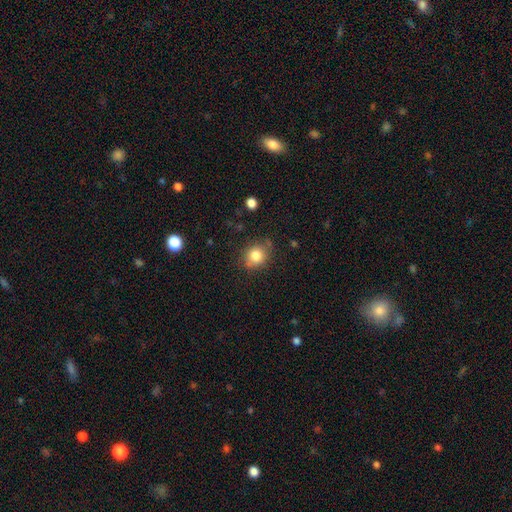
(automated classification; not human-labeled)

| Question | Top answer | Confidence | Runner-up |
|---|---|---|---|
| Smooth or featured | smooth | 82% | star or artifact (11%) |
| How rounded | round | 77% | in between (22%) |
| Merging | none | 76% | minor disturbance (16%) |